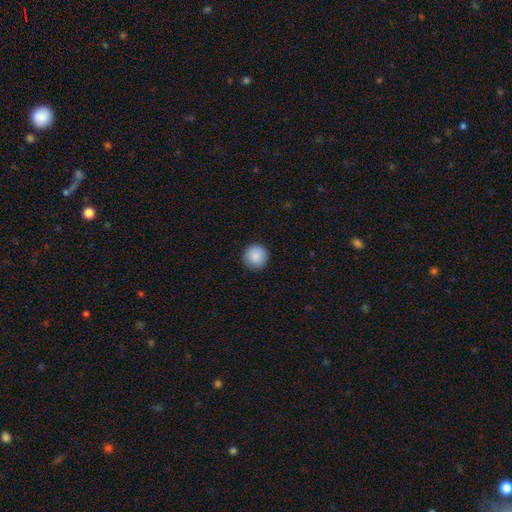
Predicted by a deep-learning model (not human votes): Morphology: type=smooth (89%); roundness=round (96%); merging=none (92%).